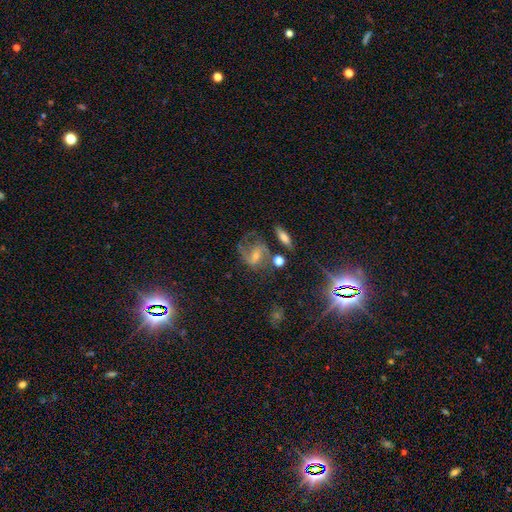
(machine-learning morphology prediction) Q: Smooth or featured?
A: featured or disk (65%); runner-up: smooth (19%)
Q: Edge-on disk?
A: no (96%); runner-up: yes (4%)
Q: Bar?
A: weak (41%); runner-up: no (38%)
Q: Spiral arms?
A: yes (88%); runner-up: no (12%)
Q: Spiral winding?
A: medium (48%); runner-up: loose (35%)
Q: Spiral arm count?
A: 2 (69%); runner-up: 1 (13%)
Q: Bulge size?
A: small (54%); runner-up: moderate (36%)
Q: Merging?
A: none (47%); runner-up: major disturbance (23%)